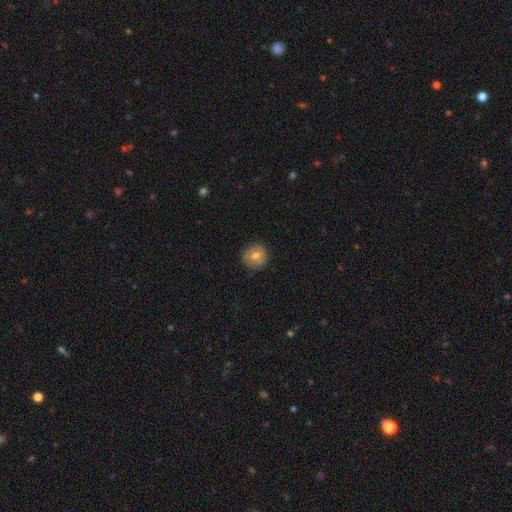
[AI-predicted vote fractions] A smooth galaxy with no disk features (66%) that is round (93%).

Vote fractions:
- Smooth or featured? smooth: 66% / featured or disk: 24% / star or artifact: 10%
- How rounded? round: 93% / in between: 6% / cigar-shaped: 1%
- Merging? none: 86% / minor disturbance: 11% / major disturbance: 2% / merger: 1%